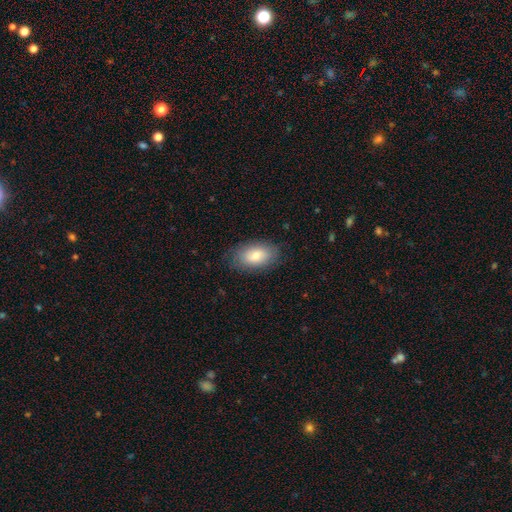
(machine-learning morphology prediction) Smooth or featured: smooth — 77% (featured or disk — 16%)
How rounded: in between — 91% (round — 7%)
Merging: none — 83% (minor disturbance — 12%)